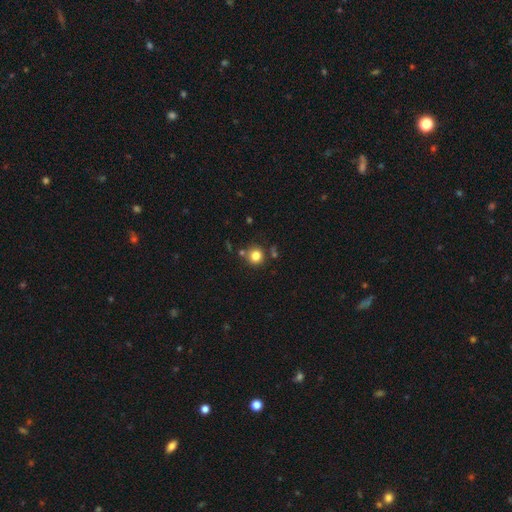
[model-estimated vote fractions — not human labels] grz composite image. It shows a smooth galaxy with no disk features (81%) that is round (92%). Merging: none (78%).